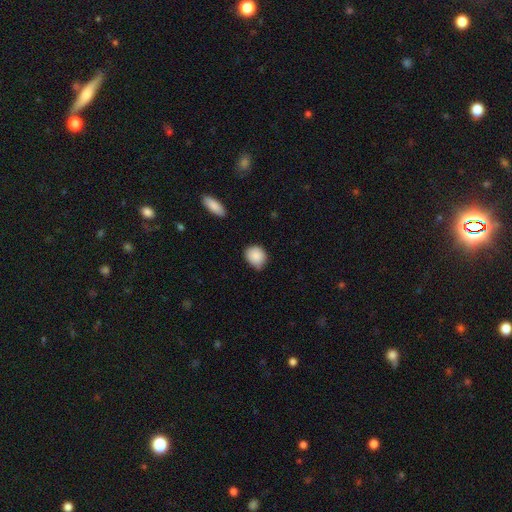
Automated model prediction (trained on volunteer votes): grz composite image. It shows a smooth galaxy with no disk features (88%) that is round (71%). Merging: none (68%).